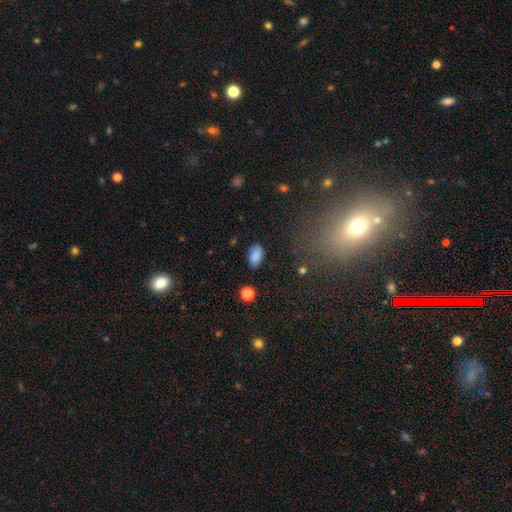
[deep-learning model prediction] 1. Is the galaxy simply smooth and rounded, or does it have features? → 86% smooth, 8% star or artifact, 6% featured or disk.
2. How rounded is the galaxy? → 93% in between, 4% round, 3% cigar-shaped.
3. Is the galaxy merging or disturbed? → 82% none, 14% minor disturbance, 3% major disturbance, 2% merger.